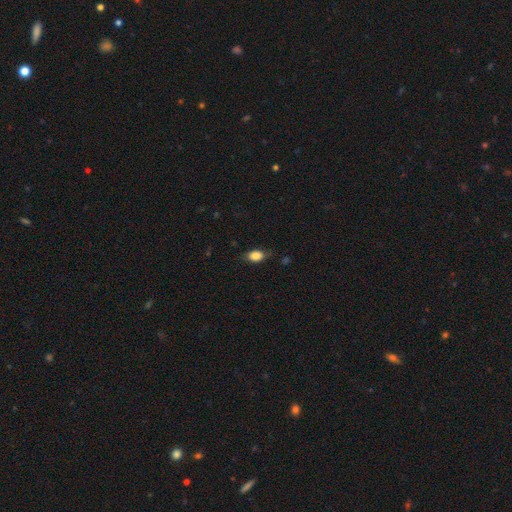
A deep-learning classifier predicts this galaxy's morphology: smooth-or-featured: smooth: 83% | featured or disk: 9% | star or artifact: 8%
  how-rounded: in between: 84% | round: 11% | cigar-shaped: 4%
  merging: none: 73% | minor disturbance: 21% | major disturbance: 5% | merger: 1%